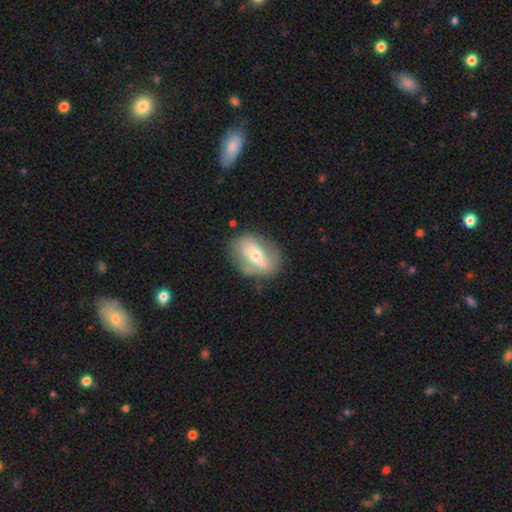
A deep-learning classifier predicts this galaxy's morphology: Overall: featured or disk (49%; smooth 44%). Merging: none (73%).